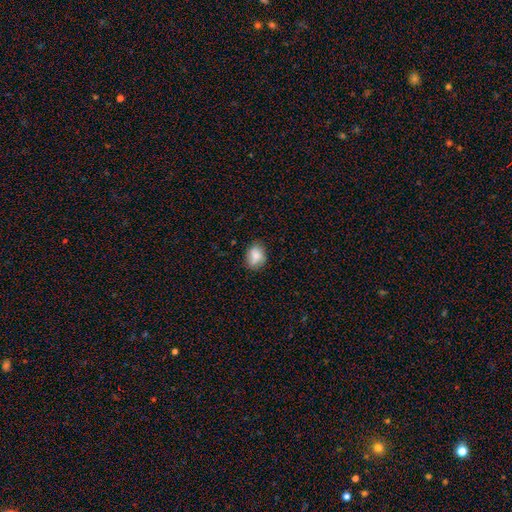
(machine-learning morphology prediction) Smooth or featured?
  - smooth: 80% *
  - featured or disk: 11%
  - star or artifact: 9%
How rounded?
  - in between: 60% *
  - round: 39%
  - cigar-shaped: 1%
Merging?
  - none: 70% *
  - minor disturbance: 22%
  - major disturbance: 5%
  - merger: 3%